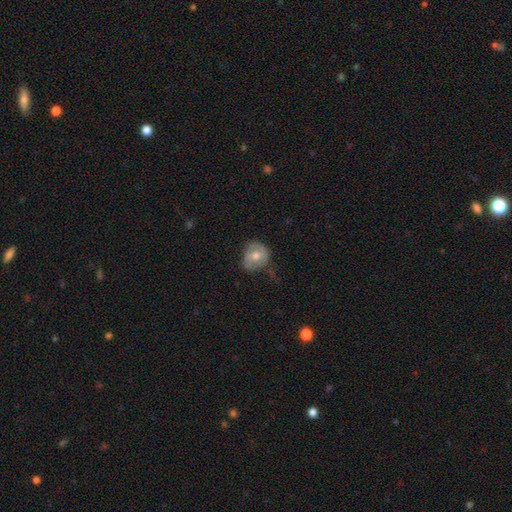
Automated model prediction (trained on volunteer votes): The model was most divided on "smooth or featured": smooth: 55%, featured or disk: 37%, star or artifact: 8%. More confident: how rounded — round (75%); merging — none (57%).